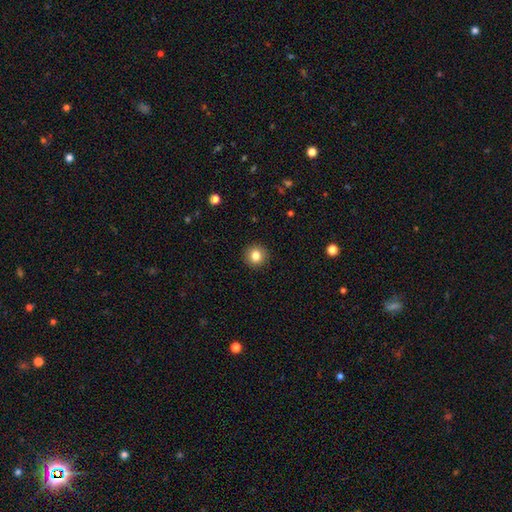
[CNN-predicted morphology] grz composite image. It shows a smooth galaxy with no disk features (83%) that is round (93%). Merging: none (93%).